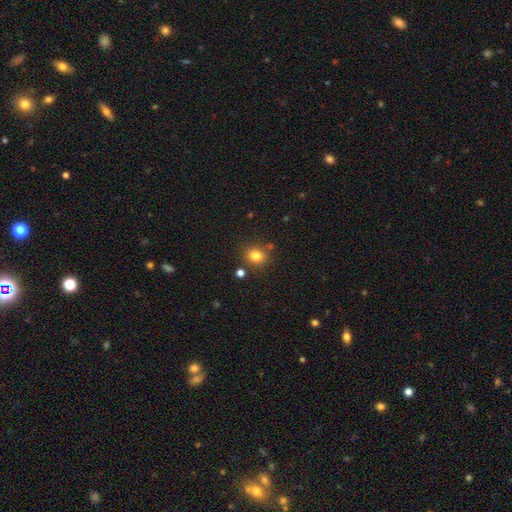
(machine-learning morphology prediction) Smooth or featured?
  - smooth: 81% *
  - star or artifact: 13%
  - featured or disk: 7%
How rounded?
  - round: 67% *
  - in between: 32%
  - cigar-shaped: 1%
Merging?
  - none: 79% *
  - minor disturbance: 11%
  - merger: 7%
  - major disturbance: 3%